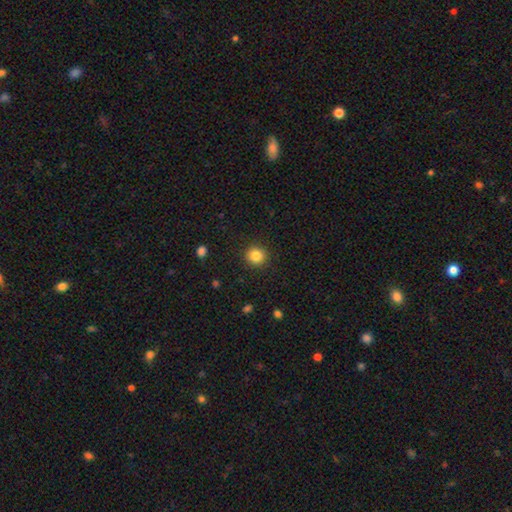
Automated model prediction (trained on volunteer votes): This is clearly a smooth galaxy (84%). How rounded: clearly round (92%). Merging: clearly none (91%).